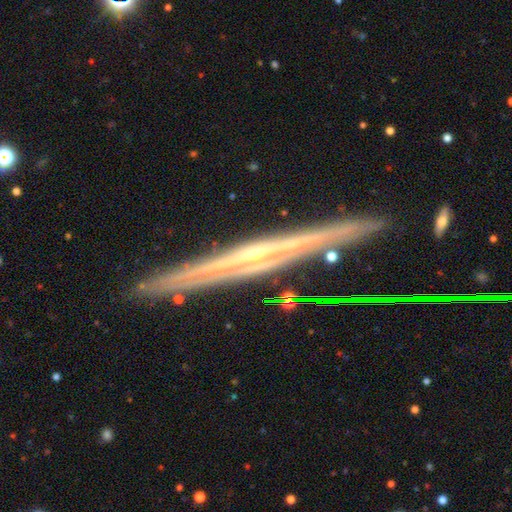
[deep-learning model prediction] A featured or disk galaxy (82%) viewed edge-on (96%) with a rounded central bulge (46%, tied with none). Merging: none (89%).